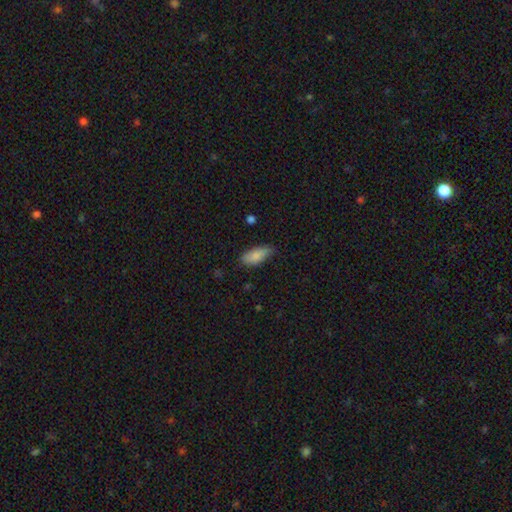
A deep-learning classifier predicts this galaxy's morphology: Smooth or featured?
  - smooth: 84% *
  - featured or disk: 9%
  - star or artifact: 7%
How rounded?
  - in between: 86% *
  - cigar-shaped: 12%
  - round: 2%
Merging?
  - none: 66% *
  - minor disturbance: 27%
  - major disturbance: 5%
  - merger: 2%